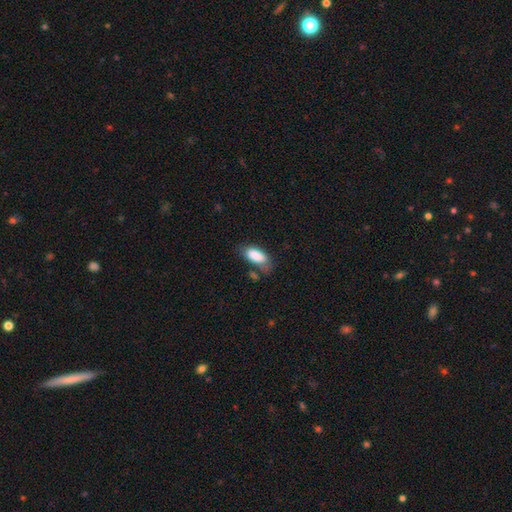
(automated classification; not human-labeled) Q: Smooth or featured?
A: smooth (86%); runner-up: featured or disk (7%)
Q: How rounded?
A: in between (89%); runner-up: cigar-shaped (9%)
Q: Merging?
A: none (52%); runner-up: minor disturbance (29%)